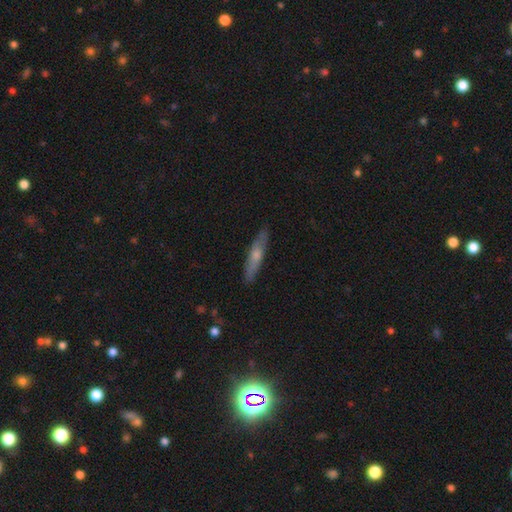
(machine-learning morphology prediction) smooth-or-featured: smooth: 51% | featured or disk: 43% | star or artifact: 6%
  how-rounded: cigar-shaped: 88% | in between: 10% | round: 2%
  merging: none: 88% | minor disturbance: 10% | major disturbance: 2% | merger: 1%